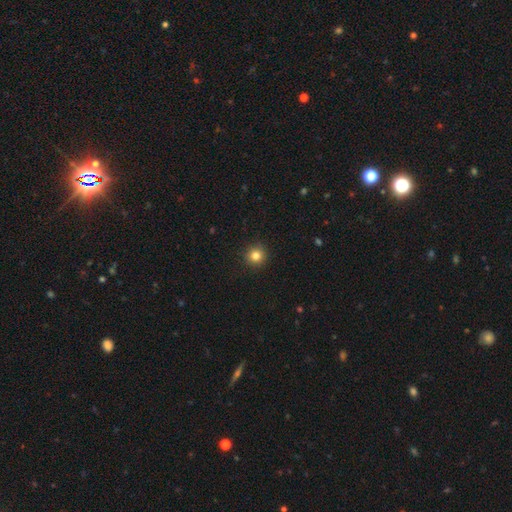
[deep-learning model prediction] smooth_or_featured: smooth (p=0.82) [alt: star or artifact p=0.12]
how_rounded: round (p=0.94) [alt: in between p=0.05]
merging: none (p=0.92) [alt: minor disturbance p=0.05]